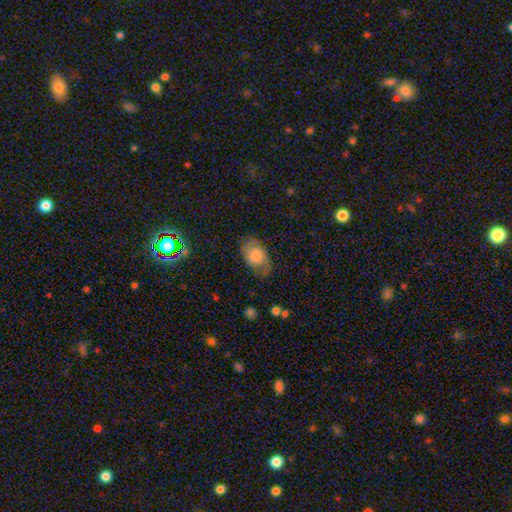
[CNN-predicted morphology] This is likely a smooth galaxy (68%). How rounded: clearly in between (82%). Merging: likely none (61%).